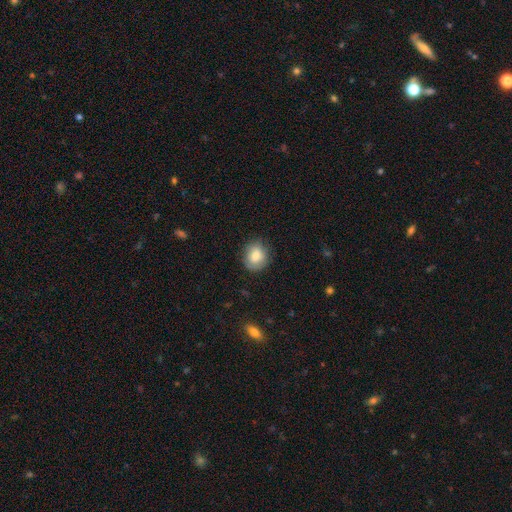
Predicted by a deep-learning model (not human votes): Smooth or featured? smooth (82%)
How rounded? round (67%)
Merging? none (79%)